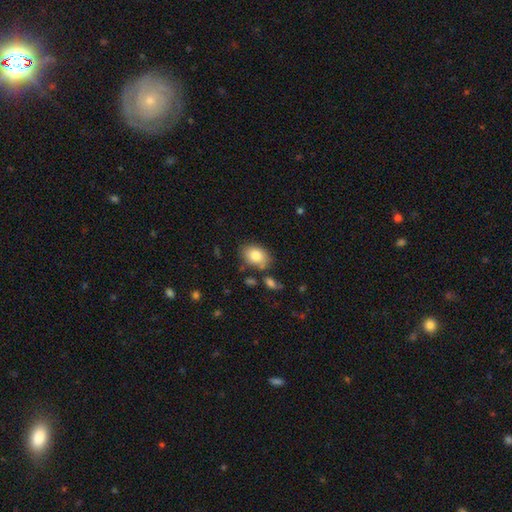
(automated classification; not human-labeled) This is clearly a smooth galaxy (82%). How rounded: clearly in between (81%). Merging: likely none (73%).